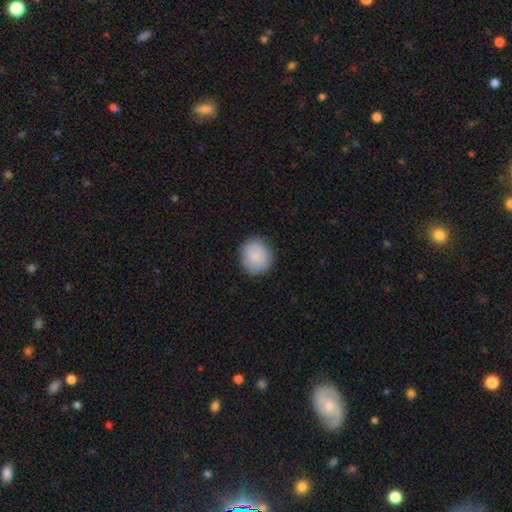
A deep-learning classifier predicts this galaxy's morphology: Smooth or featured: smooth — 85% (featured or disk — 9%)
How rounded: round — 86% (in between — 13%)
Merging: none — 85% (minor disturbance — 11%)